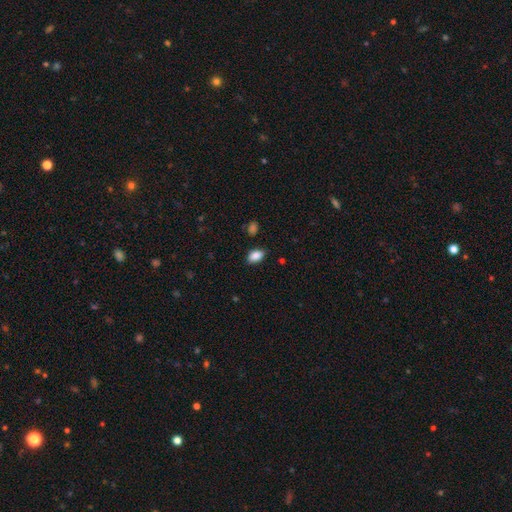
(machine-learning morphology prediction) Smooth or featured? smooth (88%)
How rounded? in between (90%)
Merging? none (83%)